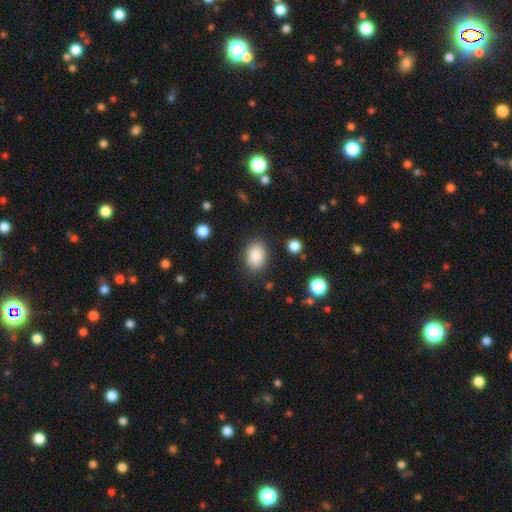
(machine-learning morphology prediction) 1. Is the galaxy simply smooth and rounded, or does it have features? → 88% smooth, 8% star or artifact, 4% featured or disk.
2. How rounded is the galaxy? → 81% in between, 18% round, 1% cigar-shaped.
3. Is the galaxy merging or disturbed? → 85% none, 10% minor disturbance, 3% major disturbance, 1% merger.